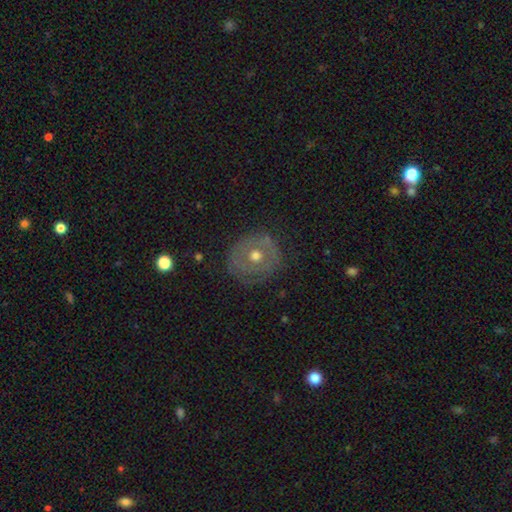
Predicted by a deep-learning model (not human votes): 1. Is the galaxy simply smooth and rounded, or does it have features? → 54% featured or disk, 38% smooth, 9% star or artifact.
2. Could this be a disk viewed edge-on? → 96% no, 4% yes.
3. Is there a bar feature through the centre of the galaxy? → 90% no, 7% weak, 2% strong.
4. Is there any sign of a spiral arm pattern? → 68% no, 32% yes.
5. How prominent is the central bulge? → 75% moderate, 19% small, 4% large, 1% none, 1% dominant.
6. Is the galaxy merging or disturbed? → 75% none, 17% minor disturbance, 7% major disturbance, 1% merger.